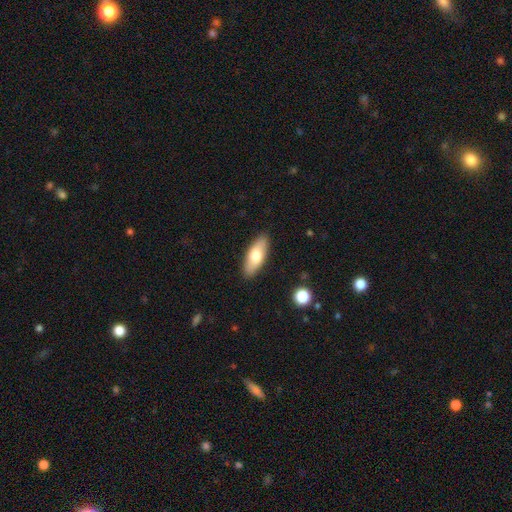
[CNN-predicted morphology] Smooth or featured? smooth (71%)
How rounded? in between (74%)
Merging? none (88%)